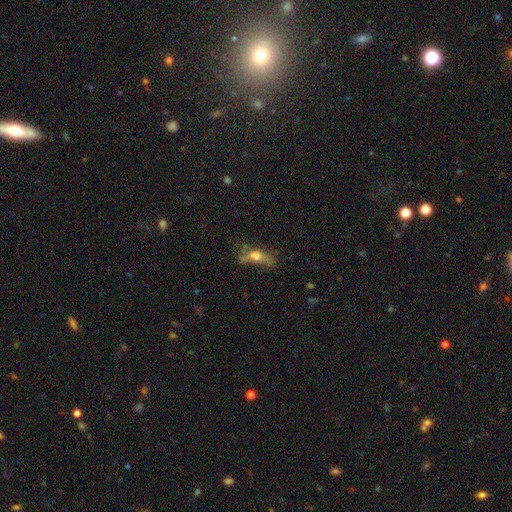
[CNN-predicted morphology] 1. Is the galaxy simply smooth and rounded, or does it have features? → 48% smooth, 40% featured or disk, 12% star or artifact.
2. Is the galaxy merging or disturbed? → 39% none, 30% major disturbance, 24% minor disturbance, 8% merger.